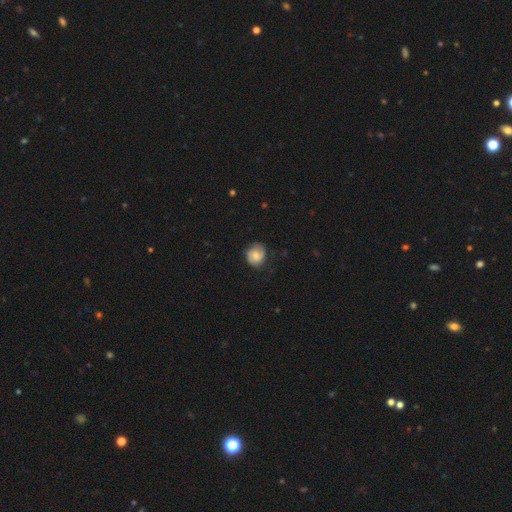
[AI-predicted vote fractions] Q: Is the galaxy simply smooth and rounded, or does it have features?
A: smooth — 56%.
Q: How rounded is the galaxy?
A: round — 71%.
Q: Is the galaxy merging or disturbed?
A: none — 69%.